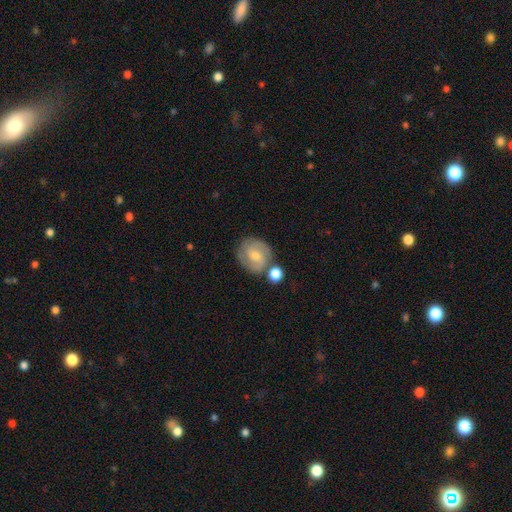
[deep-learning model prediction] smooth_or_featured: featured or disk (p=0.62) [alt: smooth p=0.31]
disk_edge_on: no (p=0.97) [alt: yes p=0.03]
bar: weak (p=0.48) [alt: no p=0.41]
has_spiral_arms: yes (p=0.90) [alt: no p=0.10]
spiral_winding: medium (p=0.46) [alt: tight p=0.40]
spiral_arm_count: 2 (p=0.74) [alt: can't tell p=0.13]
bulge_size: small (p=0.48) [alt: moderate p=0.45]
merging: none (p=0.64) [alt: minor disturbance p=0.16]